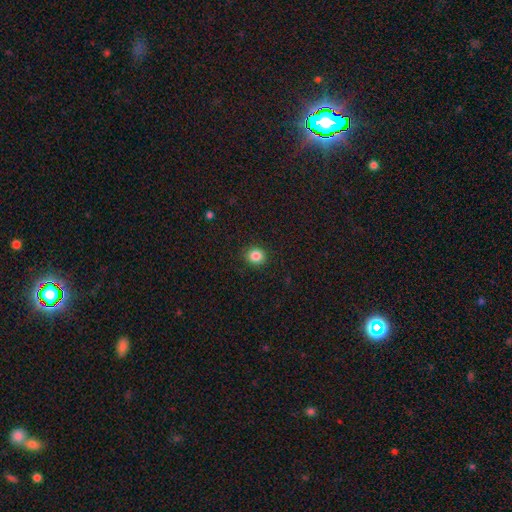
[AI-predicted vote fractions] Morphology: type=smooth (85%); roundness=round (82%); merging=none (90%).